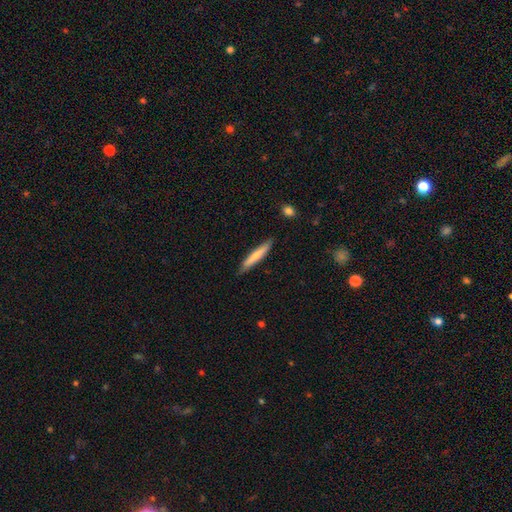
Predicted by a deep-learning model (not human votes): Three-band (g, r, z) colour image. It shows a smooth galaxy with no disk features (67%) that is cigar-shaped (93%). Merging: none (85%).